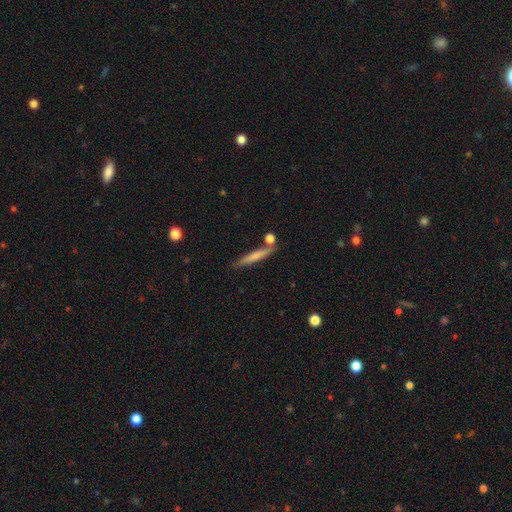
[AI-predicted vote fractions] smooth 64%, featured or disk 29%, star or artifact 6%. Down the decision tree: how rounded — cigar-shaped (93%); merging — none (75%).